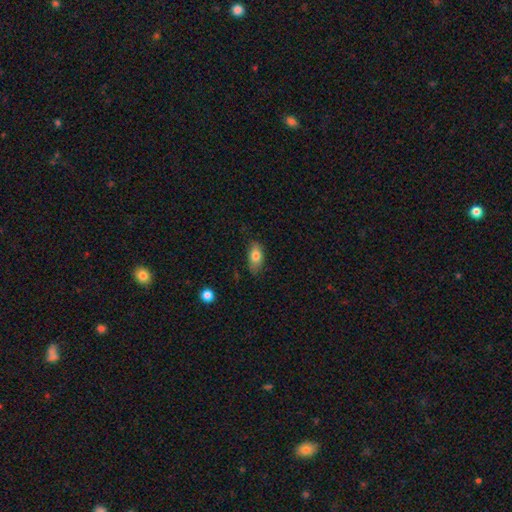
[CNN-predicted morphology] Q: Smooth or featured?
A: smooth (79%); runner-up: featured or disk (14%)
Q: How rounded?
A: in between (88%); runner-up: cigar-shaped (6%)
Q: Merging?
A: none (76%); runner-up: minor disturbance (19%)